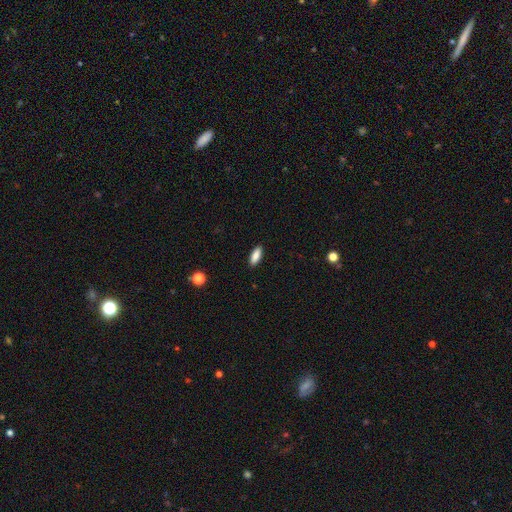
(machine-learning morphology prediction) Smooth or featured: smooth — 87% (star or artifact — 7%)
How rounded: in between — 73% (cigar-shaped — 25%)
Merging: none — 90% (minor disturbance — 8%)